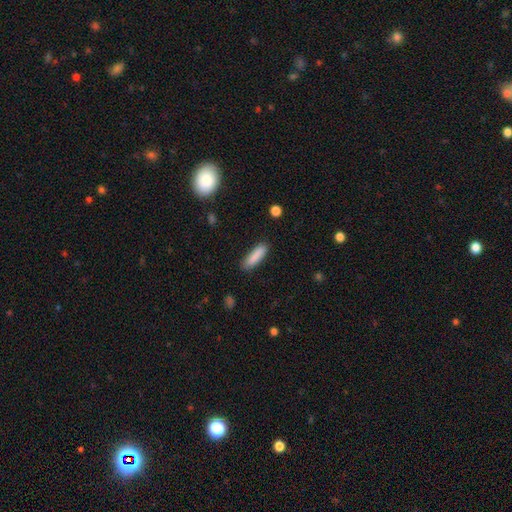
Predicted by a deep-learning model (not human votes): Smooth or featured? smooth (87%)
How rounded? cigar-shaped (66%)
Merging? none (86%)